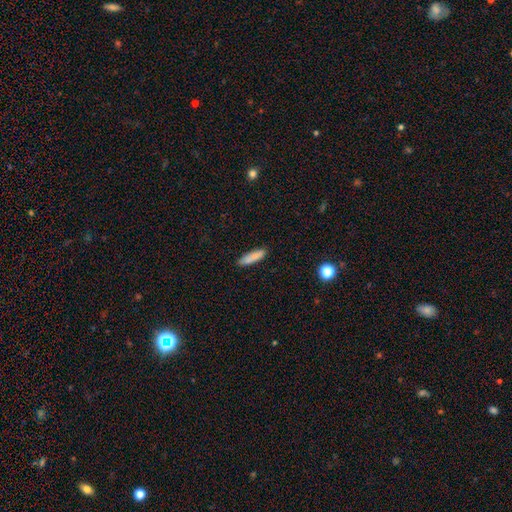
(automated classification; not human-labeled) Smooth or featured? Predicted: smooth (p=0.84). How rounded? Predicted: cigar-shaped (p=0.73). Merging? Predicted: none (p=0.86).